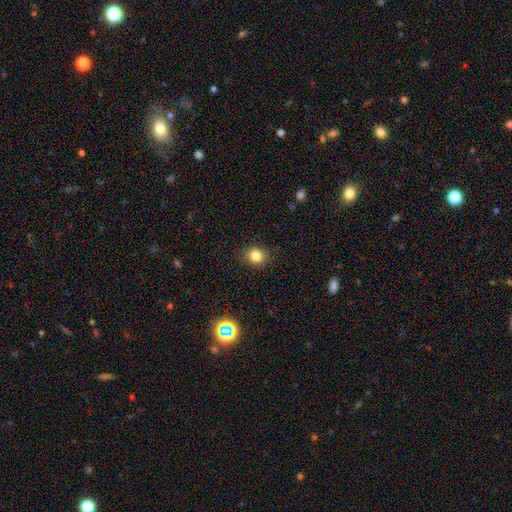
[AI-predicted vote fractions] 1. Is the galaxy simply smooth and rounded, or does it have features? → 82% smooth, 12% star or artifact, 6% featured or disk.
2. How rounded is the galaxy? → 69% round, 30% in between, 1% cigar-shaped.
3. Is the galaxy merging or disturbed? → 87% none, 9% minor disturbance, 3% major disturbance, 1% merger.